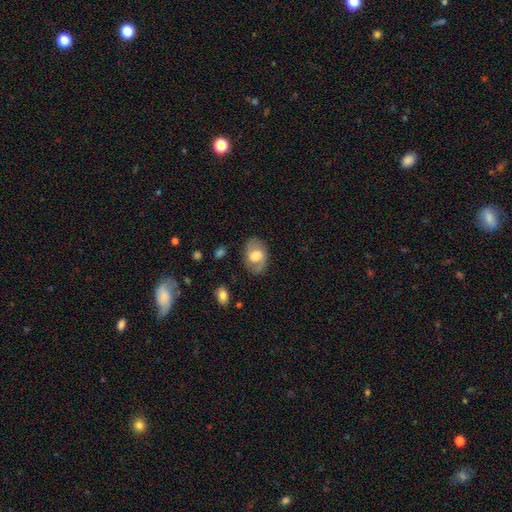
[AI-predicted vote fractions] Smooth or featured: smooth — 57% (featured or disk — 36%)
How rounded: in between — 79% (round — 20%)
Merging: none — 77% (minor disturbance — 16%)